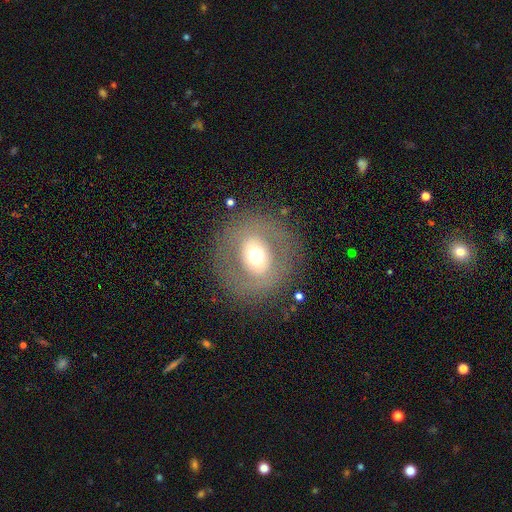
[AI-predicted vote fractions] smooth_or_featured: smooth (p=0.49) [alt: featured or disk p=0.39]
merging: none (p=0.82) [alt: minor disturbance p=0.09]